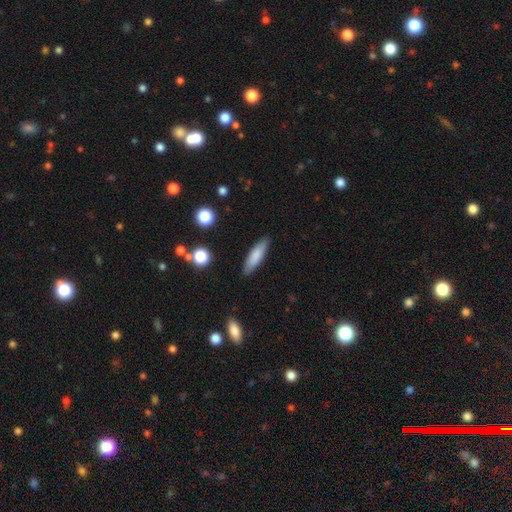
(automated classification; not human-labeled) smooth-or-featured: smooth: 81% | featured or disk: 13% | star or artifact: 6%
  how-rounded: cigar-shaped: 64% | in between: 34% | round: 2%
  merging: none: 88% | minor disturbance: 9% | major disturbance: 2% | merger: 1%